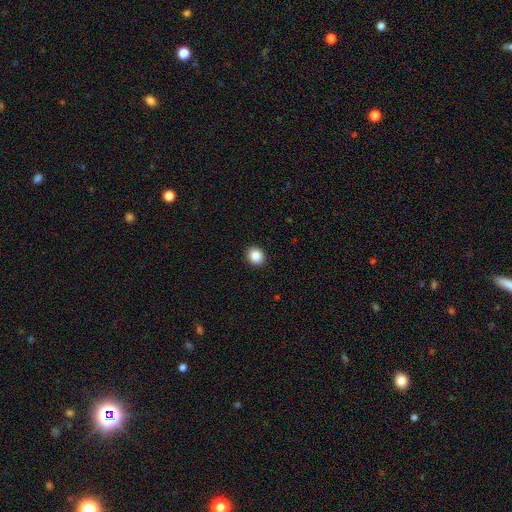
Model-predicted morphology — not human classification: A smooth galaxy with no disk features (86%) that is round (75%).

Vote fractions:
- Smooth or featured? smooth: 86% / star or artifact: 10% / featured or disk: 5%
- How rounded? round: 75% / in between: 24% / cigar-shaped: 1%
- Merging? none: 93% / minor disturbance: 5% / major disturbance: 1% / merger: 1%